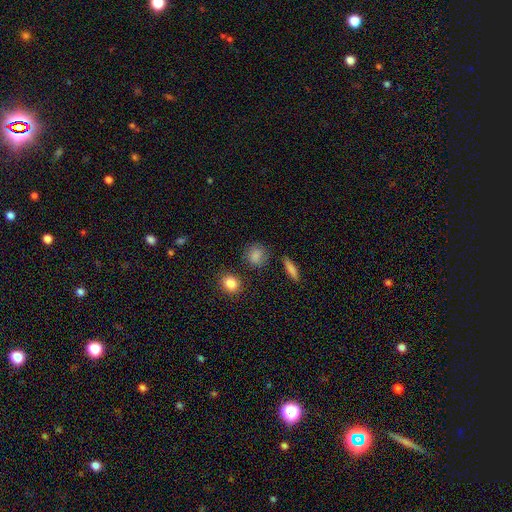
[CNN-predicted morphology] This appears to be a smooth galaxy with no disk features (82%) that is round (77%). Merging: none (77%).